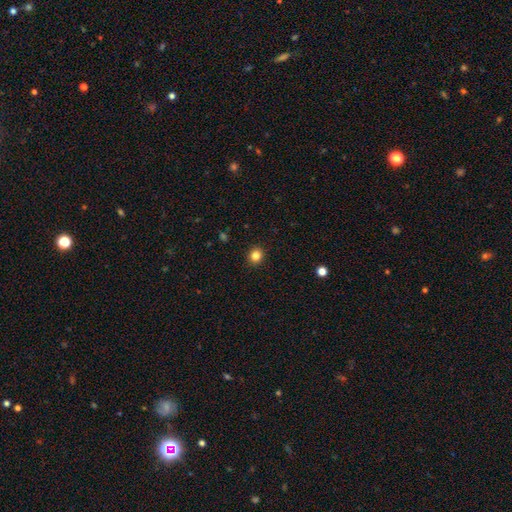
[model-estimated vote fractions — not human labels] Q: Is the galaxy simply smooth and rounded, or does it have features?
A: smooth — 84%.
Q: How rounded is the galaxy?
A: round — 85%.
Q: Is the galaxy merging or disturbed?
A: none — 92%.